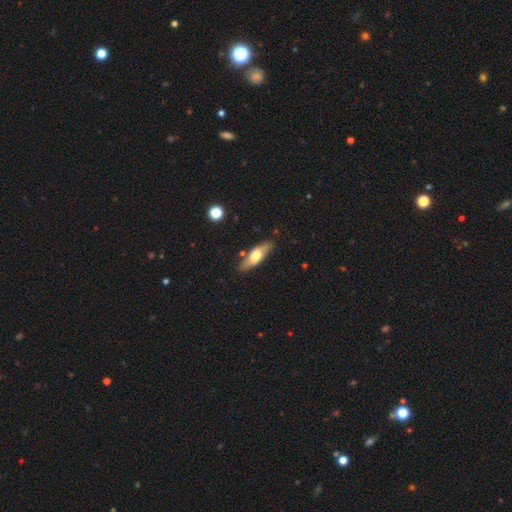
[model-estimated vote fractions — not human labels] smooth_or_featured: smooth (p=0.55) [alt: featured or disk p=0.39]
how_rounded: in between (p=0.51) [alt: cigar-shaped p=0.46]
merging: none (p=0.82) [alt: minor disturbance p=0.12]